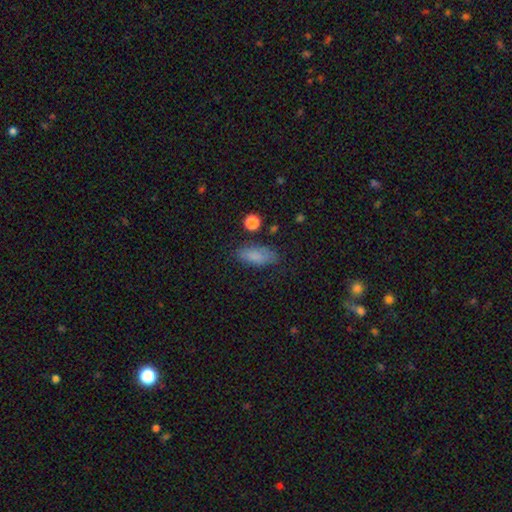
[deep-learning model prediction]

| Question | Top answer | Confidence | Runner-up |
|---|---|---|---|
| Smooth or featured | smooth | 83% | star or artifact (9%) |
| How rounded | in between | 78% | cigar-shaped (19%) |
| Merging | none | 76% | minor disturbance (17%) |